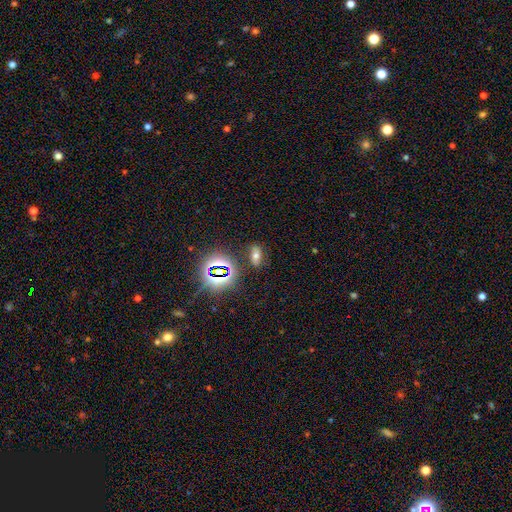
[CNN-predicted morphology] type=smooth (44%); merging=none (80%).